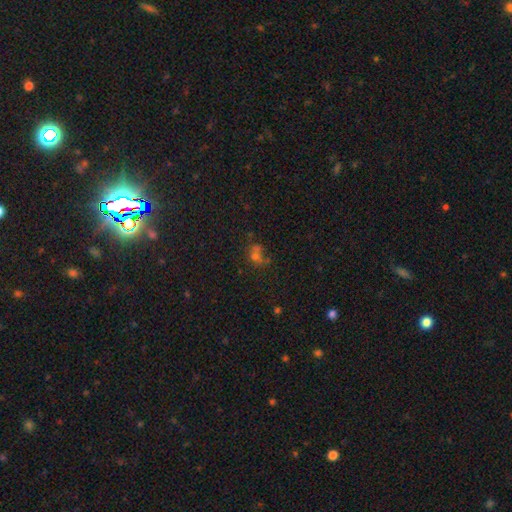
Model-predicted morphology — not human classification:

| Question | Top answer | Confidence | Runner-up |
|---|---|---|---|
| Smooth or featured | smooth | 49% | star or artifact (33%) |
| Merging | none | 39% | merger (37%) |